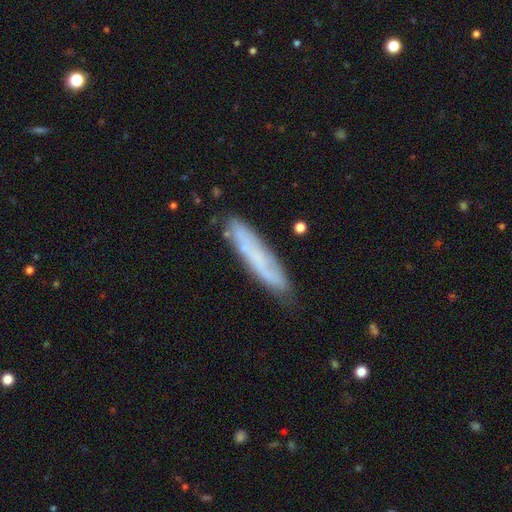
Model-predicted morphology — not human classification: Smooth or featured?
  - smooth: 47% *
  - featured or disk: 45%
  - star or artifact: 8%
Merging?
  - none: 75% *
  - minor disturbance: 18%
  - major disturbance: 4%
  - merger: 3%